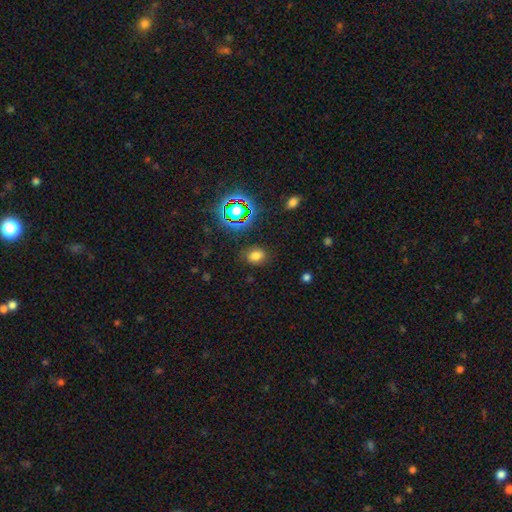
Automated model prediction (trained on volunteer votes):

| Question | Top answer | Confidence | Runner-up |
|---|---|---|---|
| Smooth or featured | smooth | 70% | star or artifact (22%) |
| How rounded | in between | 62% | round (37%) |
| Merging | none | 82% | minor disturbance (12%) |